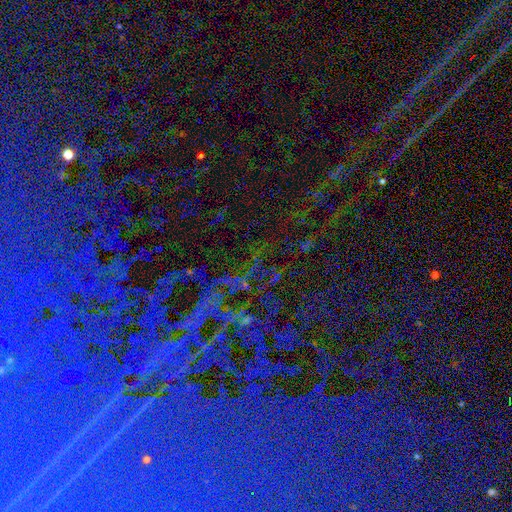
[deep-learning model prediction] Overall: star or artifact (83%).